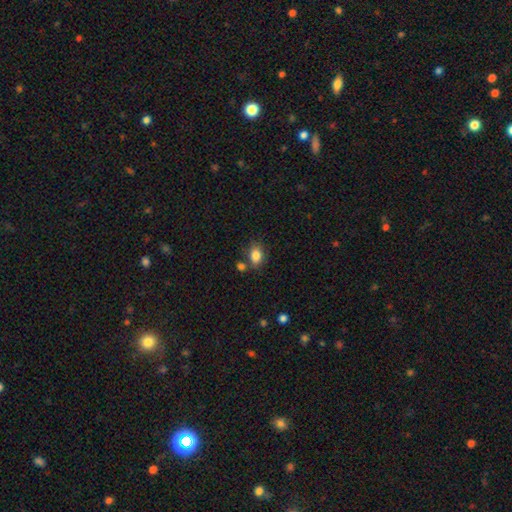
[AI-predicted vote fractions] The model was most divided on "how rounded": in between: 74%, round: 25%, cigar-shaped: 1%. More confident: smooth or featured — smooth (84%); merging — none (68%).